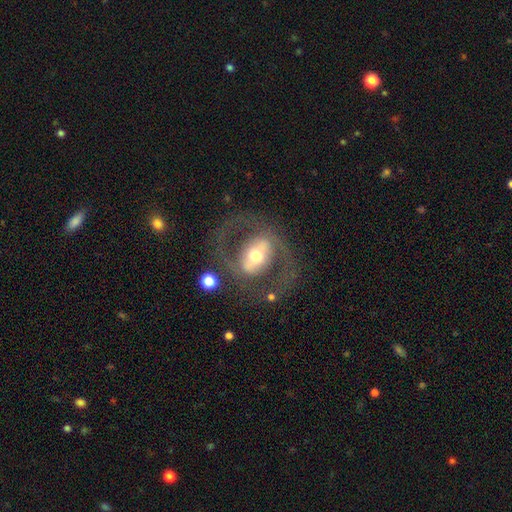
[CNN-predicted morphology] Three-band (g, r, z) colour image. It shows a featured or disk galaxy (75%) with a strong bar (46%), spiral arms (57%) and a moderate central bulge (66%). Merging: none (70%).